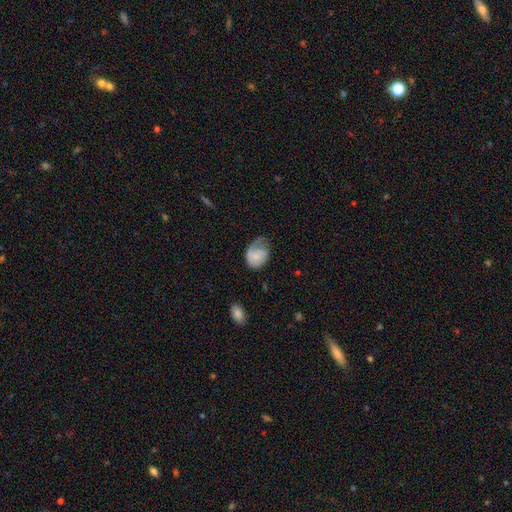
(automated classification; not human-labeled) Smooth or featured?
  - smooth: 55% *
  - featured or disk: 39%
  - star or artifact: 7%
How rounded?
  - in between: 64% *
  - round: 35%
  - cigar-shaped: 1%
Merging?
  - major disturbance: 34% *
  - none: 33%
  - minor disturbance: 31%
  - merger: 2%